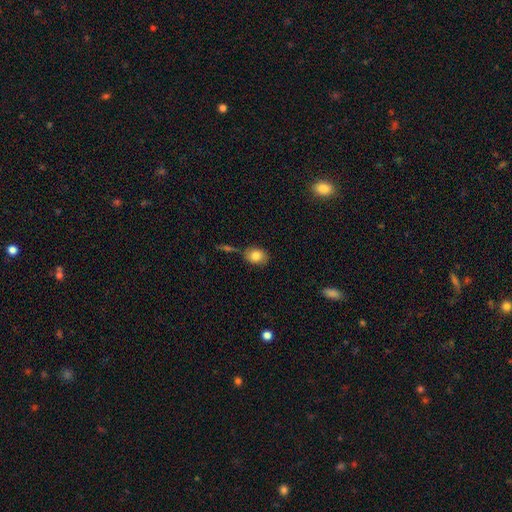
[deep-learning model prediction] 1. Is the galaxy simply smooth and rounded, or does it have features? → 83% smooth, 9% featured or disk, 8% star or artifact.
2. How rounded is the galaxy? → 60% in between, 38% round, 2% cigar-shaped.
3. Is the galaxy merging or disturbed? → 66% none, 17% minor disturbance, 12% merger, 5% major disturbance.